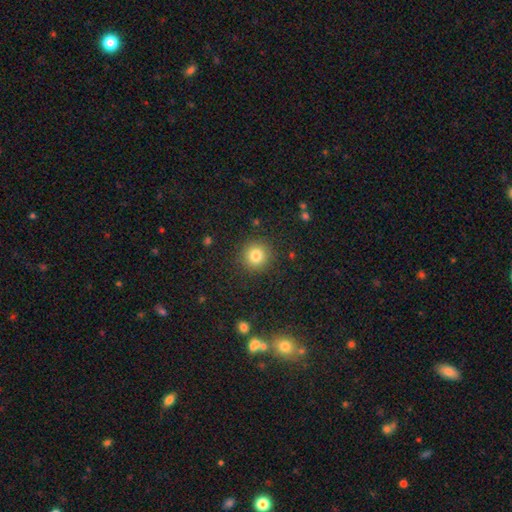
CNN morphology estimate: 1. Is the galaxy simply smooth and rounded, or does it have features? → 82% smooth, 12% star or artifact, 7% featured or disk.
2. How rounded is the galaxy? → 93% round, 6% in between, 1% cigar-shaped.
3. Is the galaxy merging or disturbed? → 89% none, 7% minor disturbance, 3% major disturbance, 1% merger.